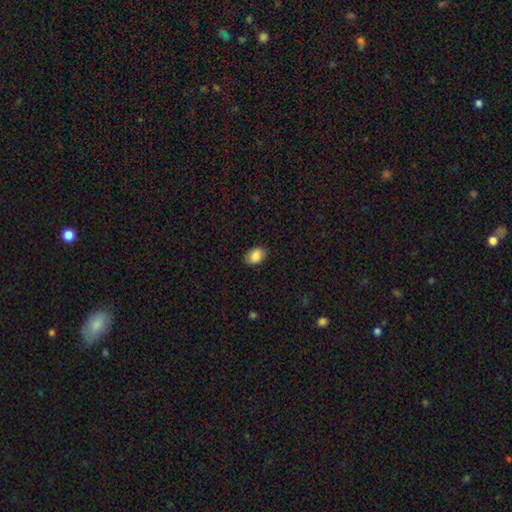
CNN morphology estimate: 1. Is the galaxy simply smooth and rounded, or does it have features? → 88% smooth, 8% star or artifact, 4% featured or disk.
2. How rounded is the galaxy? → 79% in between, 20% round, 1% cigar-shaped.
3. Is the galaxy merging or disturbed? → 86% none, 11% minor disturbance, 2% major disturbance, 1% merger.